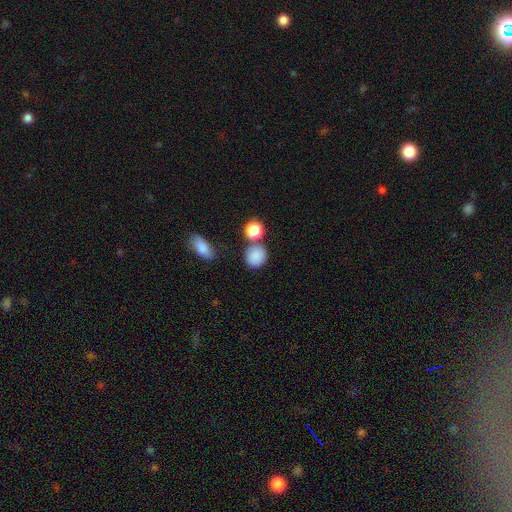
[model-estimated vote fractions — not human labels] smooth_or_featured: smooth (p=0.85) [alt: star or artifact p=0.09]
how_rounded: round (p=0.76) [alt: in between p=0.23]
merging: none (p=0.68) [alt: merger p=0.15]